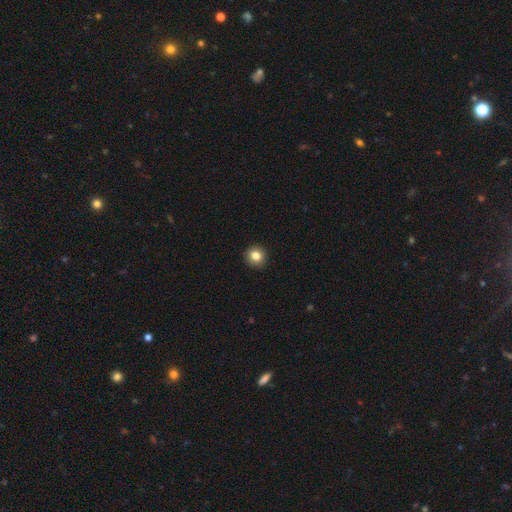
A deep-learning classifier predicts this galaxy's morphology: smooth_or_featured: smooth (p=0.84) [alt: star or artifact p=0.10]
how_rounded: round (p=0.92) [alt: in between p=0.07]
merging: none (p=0.93) [alt: minor disturbance p=0.05]